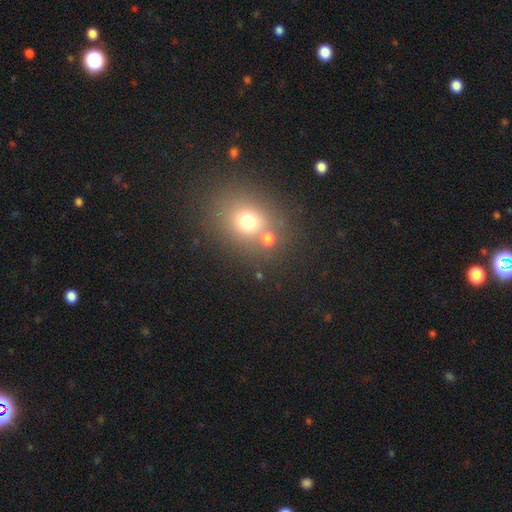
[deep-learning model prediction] Smooth or featured?
  - smooth: 59% *
  - star or artifact: 29%
  - featured or disk: 12%
How rounded?
  - round: 68% *
  - in between: 31%
  - cigar-shaped: 1%
Merging?
  - none: 70% *
  - merger: 17%
  - minor disturbance: 9%
  - major disturbance: 4%